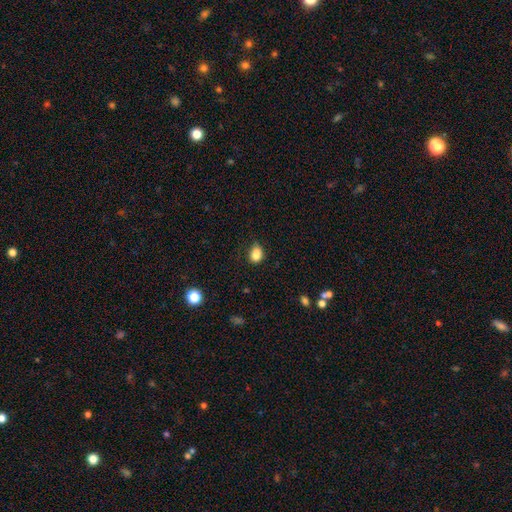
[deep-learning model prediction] smooth-or-featured: smooth: 84% | star or artifact: 10% | featured or disk: 6%
  how-rounded: in between: 64% | round: 35% | cigar-shaped: 1%
  merging: none: 60% | minor disturbance: 31% | major disturbance: 7% | merger: 2%